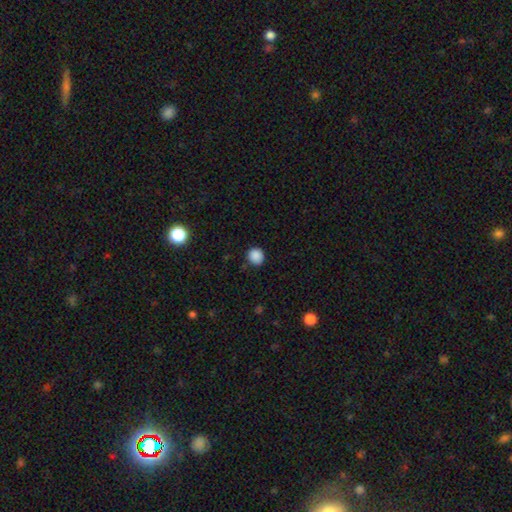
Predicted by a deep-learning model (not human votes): Smooth or featured? Predicted: smooth (p=0.87). How rounded? Predicted: round (p=0.89). Merging? Predicted: none (p=0.88).